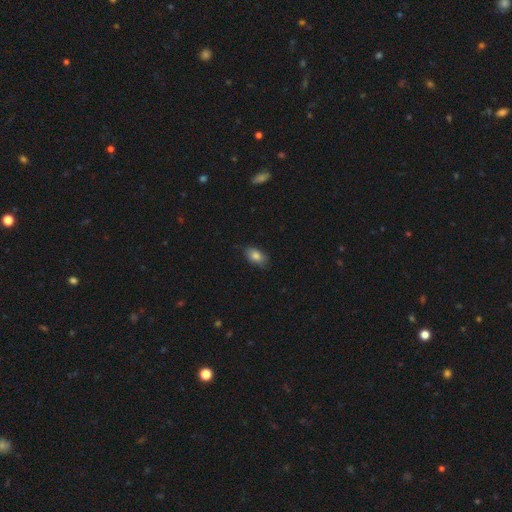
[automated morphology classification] smooth_or_featured: smooth (p=0.84) [alt: star or artifact p=0.08]
how_rounded: in between (p=0.90) [alt: round p=0.08]
merging: none (p=0.82) [alt: minor disturbance p=0.14]